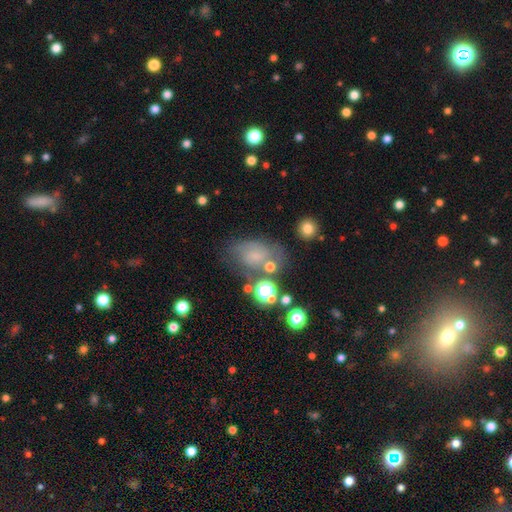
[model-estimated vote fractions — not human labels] This is possibly a smooth galaxy (46%). Merging: possibly none (49%).